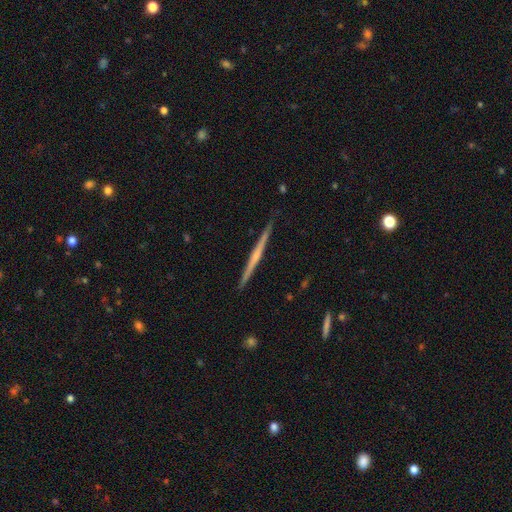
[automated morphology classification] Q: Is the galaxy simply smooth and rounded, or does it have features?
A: featured or disk — 72%.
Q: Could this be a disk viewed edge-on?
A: yes — 98%.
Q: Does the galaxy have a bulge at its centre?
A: none — 50%.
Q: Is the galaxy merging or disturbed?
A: none — 90%.